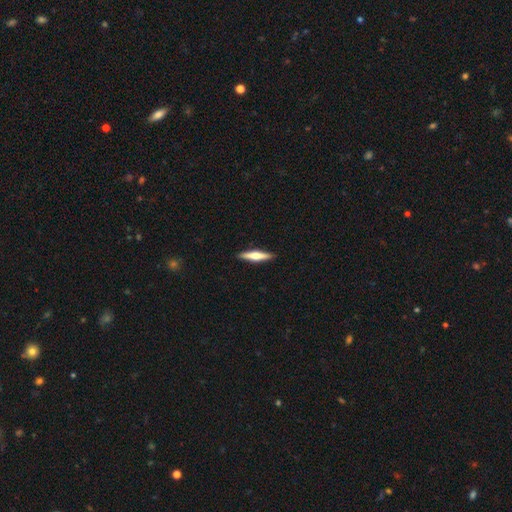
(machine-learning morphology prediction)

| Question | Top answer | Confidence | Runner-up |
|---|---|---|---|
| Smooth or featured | featured or disk | 48% | smooth (47%) |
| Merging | none | 91% | minor disturbance (6%) |